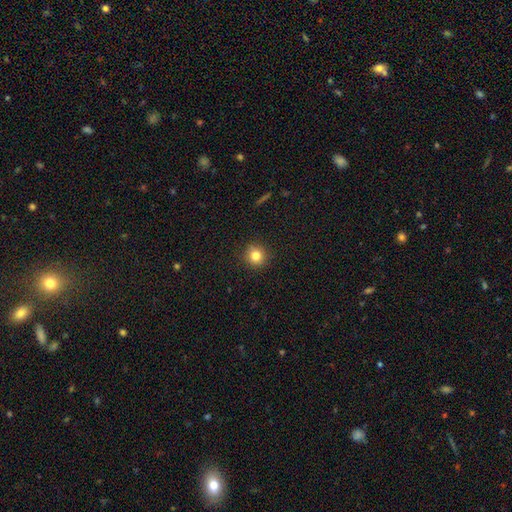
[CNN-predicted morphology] smooth_or_featured: smooth (p=0.81) [alt: star or artifact p=0.12]
how_rounded: round (p=0.93) [alt: in between p=0.06]
merging: none (p=0.91) [alt: minor disturbance p=0.06]